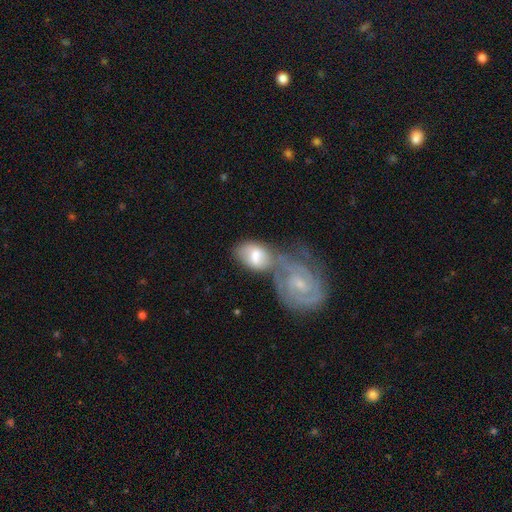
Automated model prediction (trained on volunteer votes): Smooth or featured? Predicted: featured or disk (p=0.48). Merging? Predicted: merger (p=0.60).